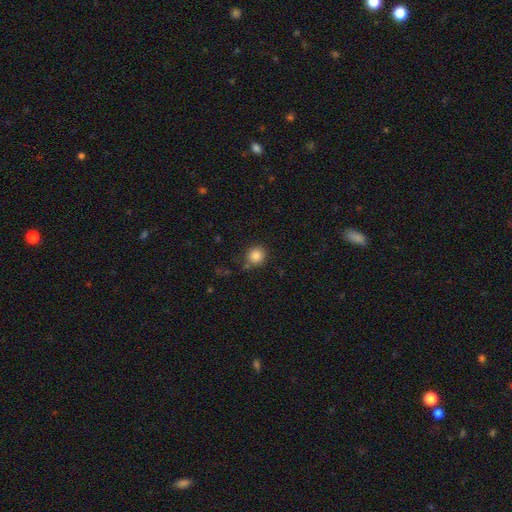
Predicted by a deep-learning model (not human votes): smooth-or-featured: smooth: 86% | star or artifact: 10% | featured or disk: 4%
  how-rounded: round: 89% | in between: 10% | cigar-shaped: 1%
  merging: none: 79% | minor disturbance: 13% | merger: 5% | major disturbance: 4%